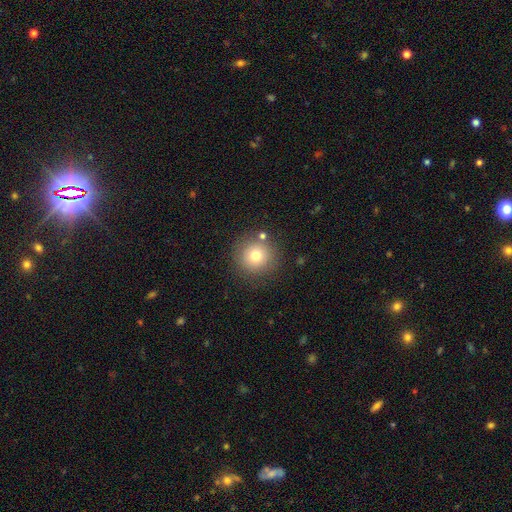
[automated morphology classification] Smooth or featured: smooth — 76% (star or artifact — 12%)
How rounded: round — 95% (in between — 4%)
Merging: none — 83% (minor disturbance — 9%)